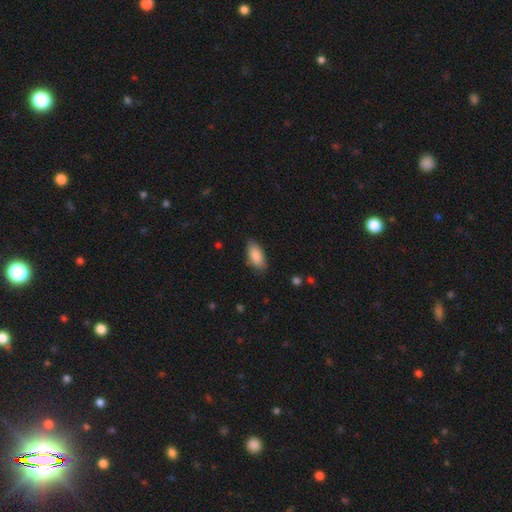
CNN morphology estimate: Smooth or featured: smooth — 88% (featured or disk — 6%)
How rounded: in between — 89% (cigar-shaped — 9%)
Merging: none — 80% (minor disturbance — 15%)